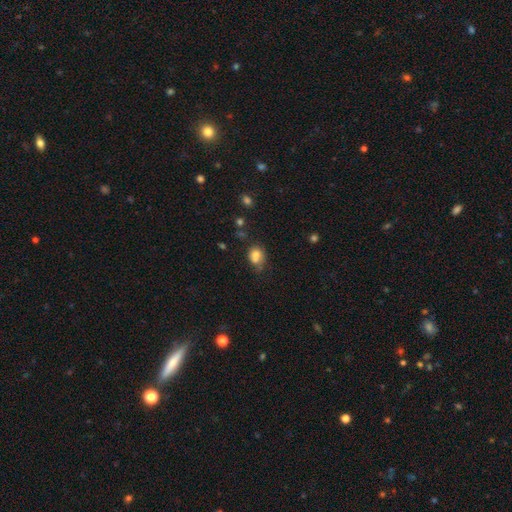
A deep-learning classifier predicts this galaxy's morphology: The model was most divided on "how rounded": round: 52%, in between: 47%, cigar-shaped: 1%. Remaining: smooth or featured — smooth (75%); merging — none (39%).